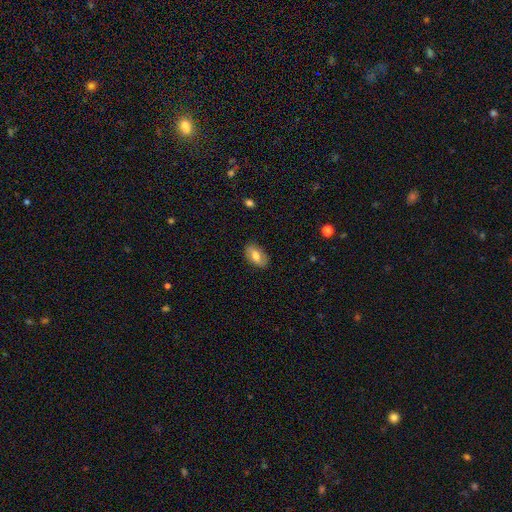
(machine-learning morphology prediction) smooth 66%, featured or disk 27%, star or artifact 7%. Down the decision tree: how rounded — in between (91%); merging — none (85%).